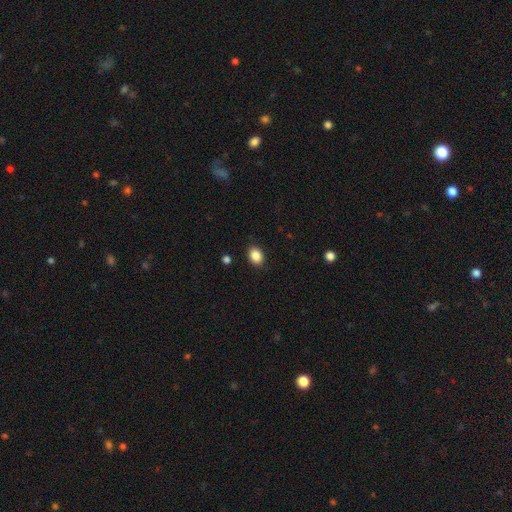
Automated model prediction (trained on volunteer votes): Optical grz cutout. It shows a smooth galaxy with no disk features (87%) that is in between round and cigar-shaped (68%). Merging: none (89%).